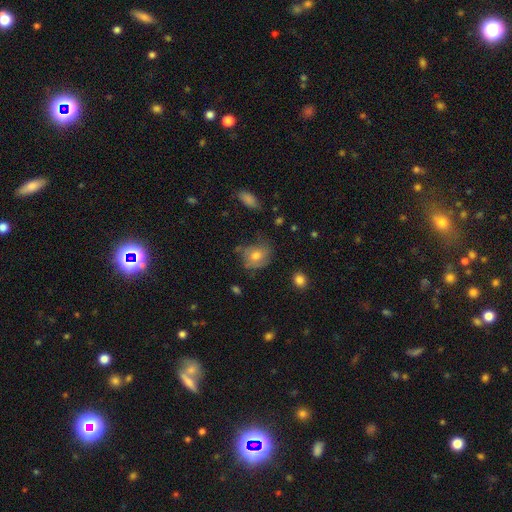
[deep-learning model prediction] Smooth or featured? Predicted: smooth (p=0.56). How rounded? Predicted: round (p=0.57). Merging? Predicted: none (p=0.52).